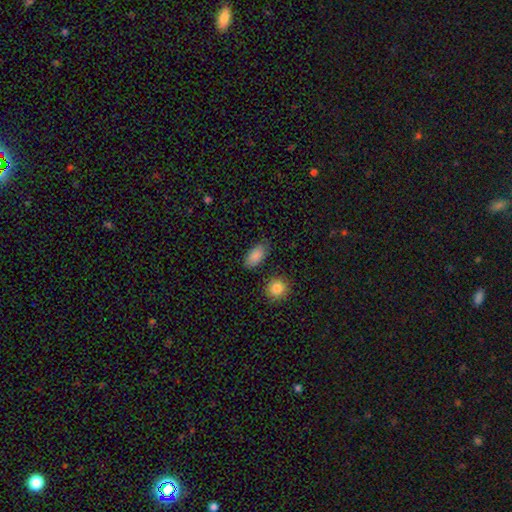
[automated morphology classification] Smooth or featured? smooth (87%)
How rounded? in between (92%)
Merging? none (81%)